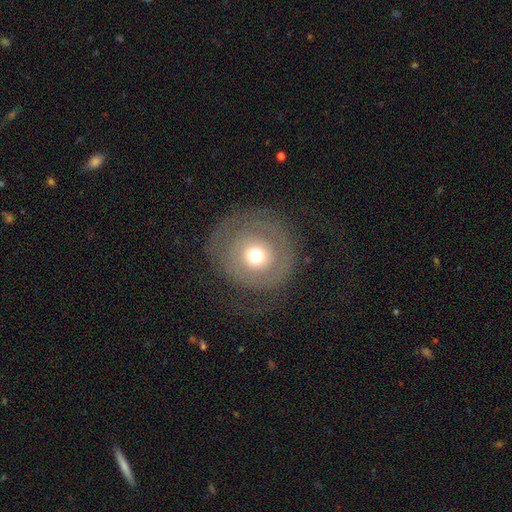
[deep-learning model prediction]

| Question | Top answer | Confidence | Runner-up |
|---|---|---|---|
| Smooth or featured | featured or disk | 49% | smooth (41%) |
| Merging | none | 68% | major disturbance (17%) |